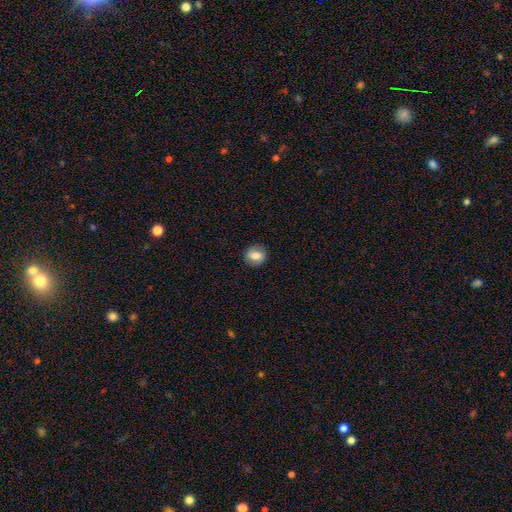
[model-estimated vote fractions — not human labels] A smooth galaxy with no disk features (74%) that is round (77%).

Vote fractions:
- Smooth or featured? smooth: 74% / featured or disk: 18% / star or artifact: 9%
- How rounded? round: 77% / in between: 22% / cigar-shaped: 1%
- Merging? none: 88% / minor disturbance: 8% / major disturbance: 2% / merger: 1%